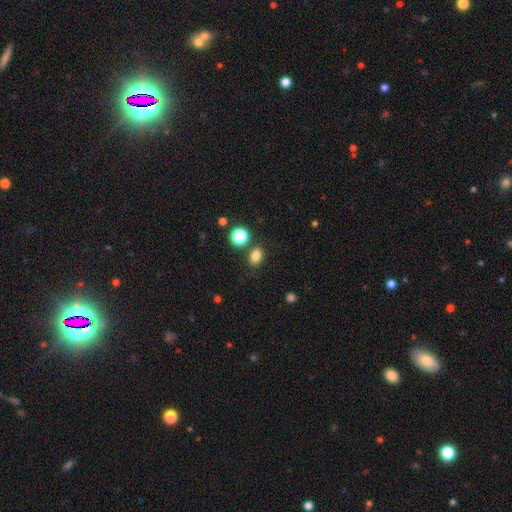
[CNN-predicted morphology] This is clearly a smooth galaxy (80%). How rounded: likely in between (61%). Merging: likely none (77%).